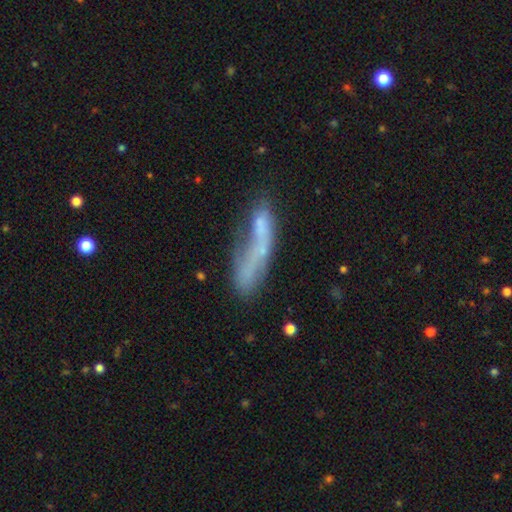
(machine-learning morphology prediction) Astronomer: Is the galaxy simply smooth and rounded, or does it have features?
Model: smooth — 52% (runner-up: featured or disk, 37%).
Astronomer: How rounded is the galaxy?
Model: cigar-shaped — 55% (runner-up: in between, 42%).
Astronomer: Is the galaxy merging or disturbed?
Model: major disturbance — 31% (runner-up: none, 26%).